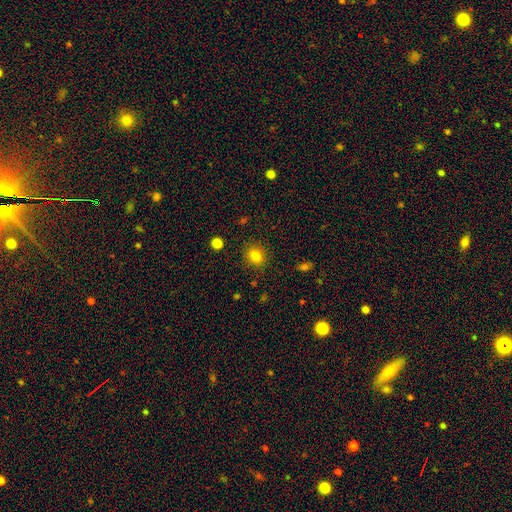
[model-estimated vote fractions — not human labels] A smooth galaxy with no disk features (83%) that is round (61%).

Vote fractions:
- Smooth or featured? smooth: 83% / star or artifact: 11% / featured or disk: 6%
- How rounded? round: 61% / in between: 38% / cigar-shaped: 1%
- Merging? none: 87% / minor disturbance: 9% / major disturbance: 3% / merger: 1%